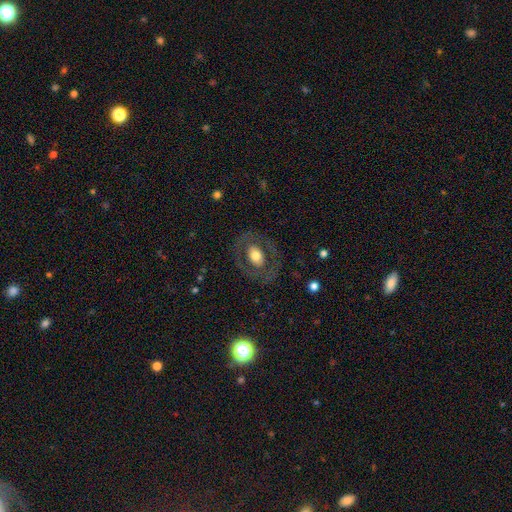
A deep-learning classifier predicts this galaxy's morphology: Q: Smooth or featured?
A: smooth (51%); runner-up: featured or disk (42%)
Q: How rounded?
A: in between (64%); runner-up: round (35%)
Q: Merging?
A: none (80%); runner-up: minor disturbance (11%)